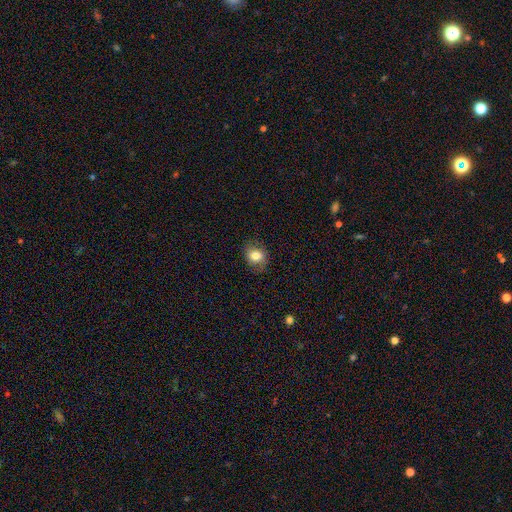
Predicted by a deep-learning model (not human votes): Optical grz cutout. It shows a smooth galaxy with no disk features (77%) that is round (50%). Merging: none (77%).